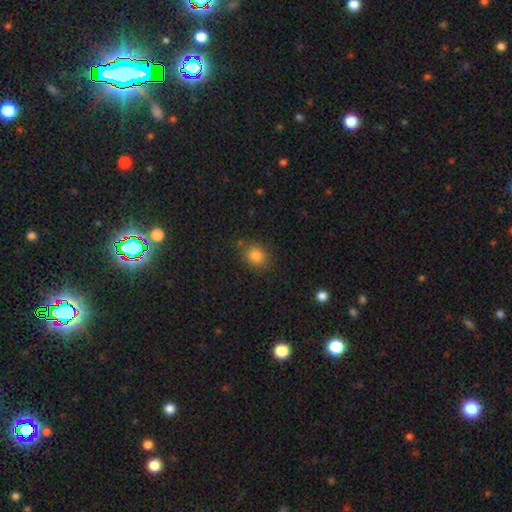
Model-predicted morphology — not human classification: Overall: smooth (84%). How rounded: round (52%; in between 47%). Merging: none (81%).